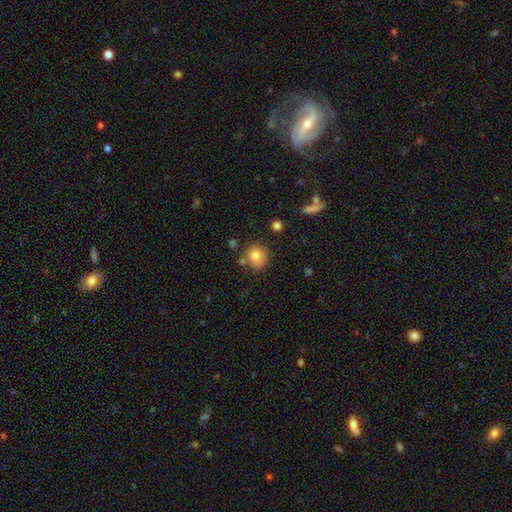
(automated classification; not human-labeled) A smooth galaxy with no disk features (82%) that is round (82%).

Vote fractions:
- Smooth or featured? smooth: 82% / star or artifact: 10% / featured or disk: 9%
- How rounded? round: 82% / in between: 17% / cigar-shaped: 1%
- Merging? none: 67% / minor disturbance: 19% / merger: 9% / major disturbance: 6%